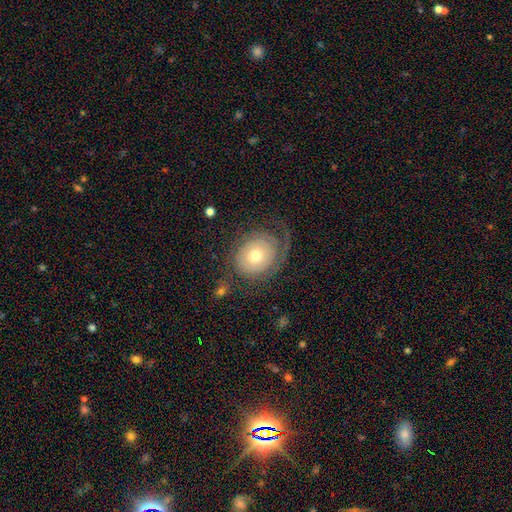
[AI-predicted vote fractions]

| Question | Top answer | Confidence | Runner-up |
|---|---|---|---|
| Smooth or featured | featured or disk | 61% | smooth (32%) |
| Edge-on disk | no | 96% | yes (4%) |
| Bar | no | 82% | weak (14%) |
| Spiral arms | yes | 78% | no (22%) |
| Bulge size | moderate | 55% | small (36%) |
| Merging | none | 56% | major disturbance (24%) |